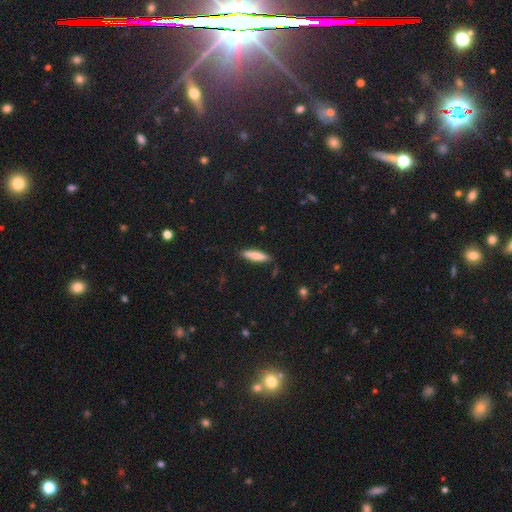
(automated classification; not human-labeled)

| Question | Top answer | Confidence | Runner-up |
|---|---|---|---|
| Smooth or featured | smooth | 75% | featured or disk (19%) |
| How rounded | cigar-shaped | 72% | in between (27%) |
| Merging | none | 83% | minor disturbance (13%) |